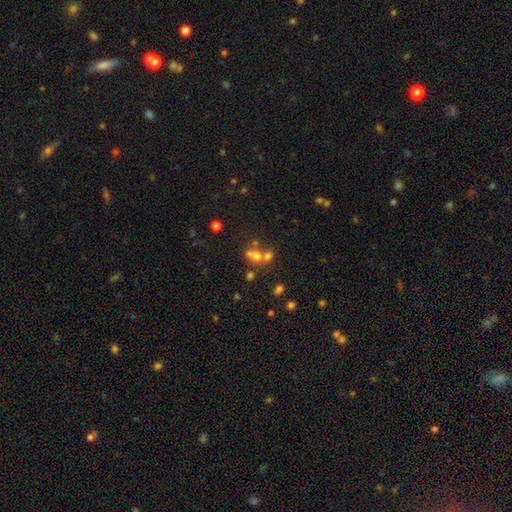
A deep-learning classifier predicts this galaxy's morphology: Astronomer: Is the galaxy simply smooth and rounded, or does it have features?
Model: smooth — 59%.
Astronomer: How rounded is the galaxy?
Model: round — 54% (runner-up: in between, 43%).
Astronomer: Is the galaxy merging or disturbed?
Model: merger — 51% (runner-up: none, 34%).